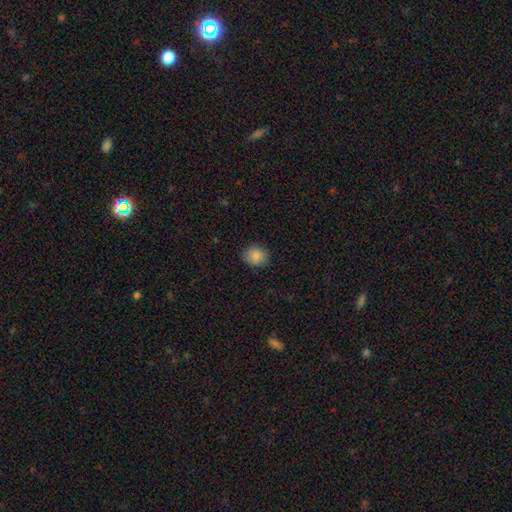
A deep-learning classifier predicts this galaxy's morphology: This is clearly a smooth galaxy (87%). How rounded: likely round (77%). Merging: clearly none (87%).